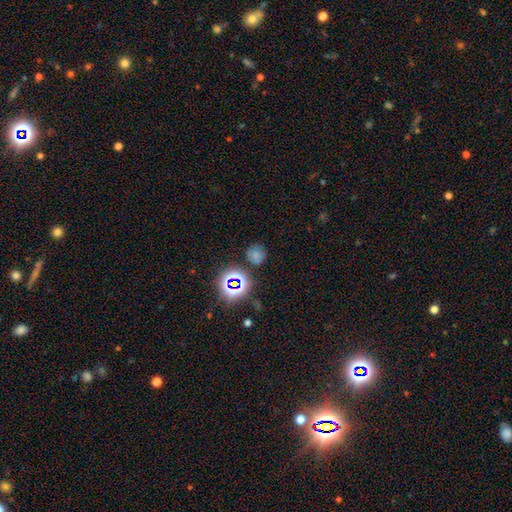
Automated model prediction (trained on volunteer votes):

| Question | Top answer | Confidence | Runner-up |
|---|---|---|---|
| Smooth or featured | smooth | 62% | star or artifact (29%) |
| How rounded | round | 84% | in between (15%) |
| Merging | none | 74% | minor disturbance (15%) |